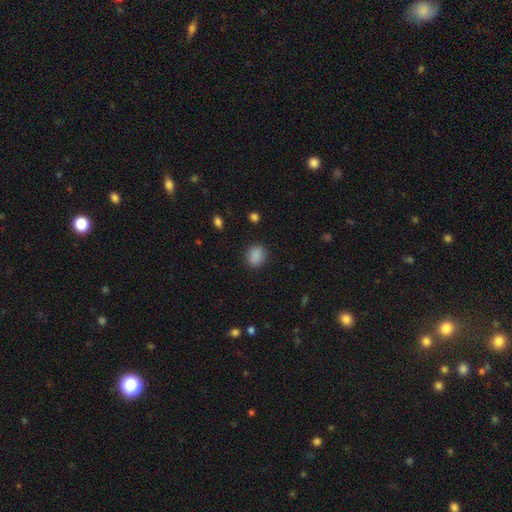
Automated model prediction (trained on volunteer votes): Smooth or featured?
  - smooth: 87% *
  - star or artifact: 9%
  - featured or disk: 3%
How rounded?
  - round: 60% *
  - in between: 39%
  - cigar-shaped: 1%
Merging?
  - none: 86% *
  - minor disturbance: 9%
  - major disturbance: 3%
  - merger: 1%